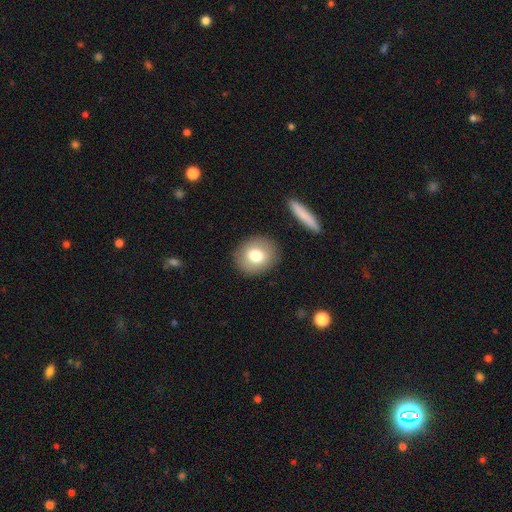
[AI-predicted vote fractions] Smooth or featured: smooth — 75% (featured or disk — 16%)
How rounded: round — 69% (in between — 30%)
Merging: none — 87% (minor disturbance — 8%)